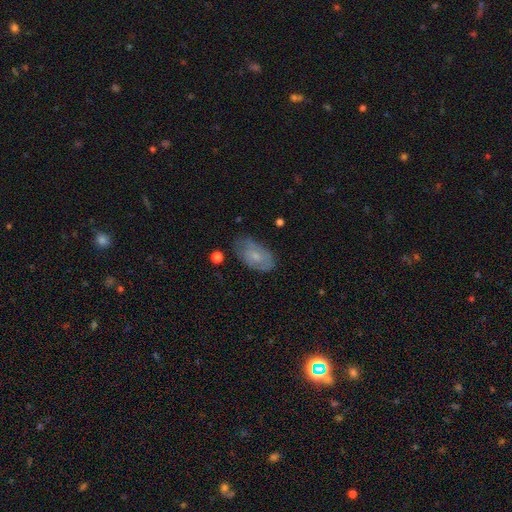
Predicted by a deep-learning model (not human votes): Overall: smooth (55%; featured or disk 37%). How rounded: in between (92%). Merging: none (65%; minor disturbance 26%).